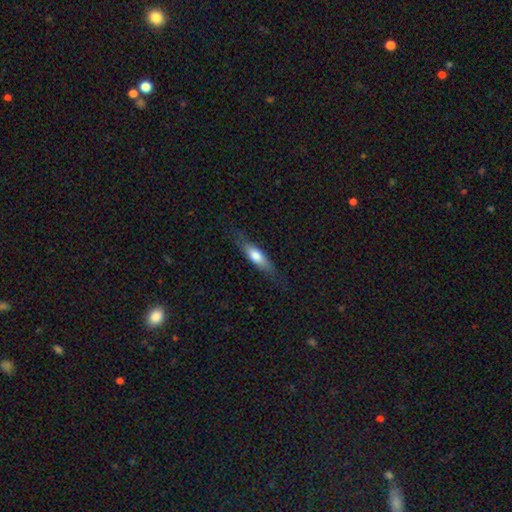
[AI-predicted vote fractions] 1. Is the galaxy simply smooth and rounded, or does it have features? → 62% smooth, 32% featured or disk, 6% star or artifact.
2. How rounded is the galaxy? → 62% cigar-shaped, 36% in between, 2% round.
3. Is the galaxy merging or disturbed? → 78% none, 16% minor disturbance, 5% major disturbance, 1% merger.